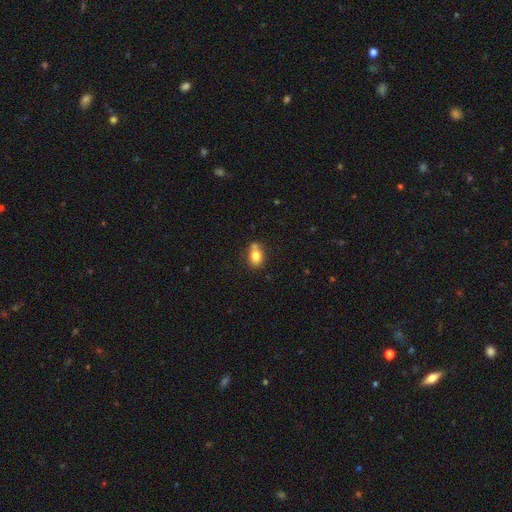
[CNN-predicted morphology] A smooth galaxy with no disk features (79%) that is in between round and cigar-shaped (69%).

Vote fractions:
- Smooth or featured? smooth: 79% / featured or disk: 12% / star or artifact: 9%
- How rounded? in between: 69% / round: 30% / cigar-shaped: 2%
- Merging? none: 57% / merger: 21% / minor disturbance: 18% / major disturbance: 4%